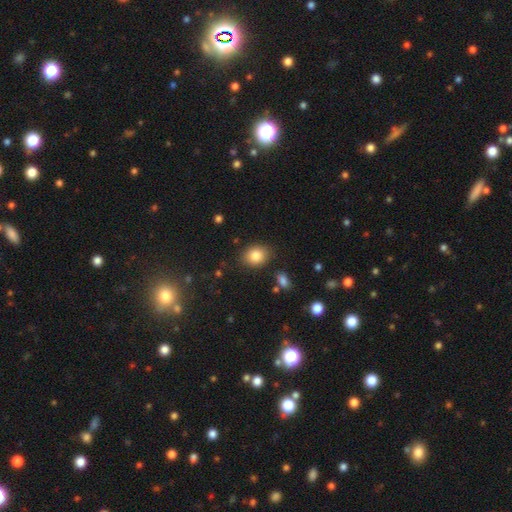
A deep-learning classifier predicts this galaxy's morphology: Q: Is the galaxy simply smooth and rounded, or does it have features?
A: smooth — 84%.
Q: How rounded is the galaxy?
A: round — 52%.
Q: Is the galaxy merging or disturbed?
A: none — 84%.